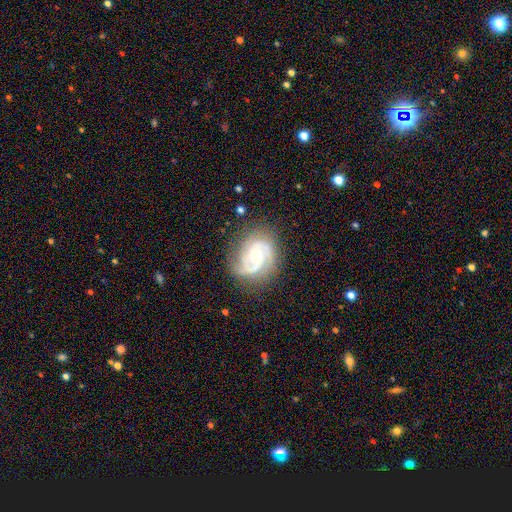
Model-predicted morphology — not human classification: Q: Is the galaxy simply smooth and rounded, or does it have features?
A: featured or disk — 87%.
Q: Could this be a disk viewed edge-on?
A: no — 97%.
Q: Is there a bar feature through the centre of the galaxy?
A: no — 65%.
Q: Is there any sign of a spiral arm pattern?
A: yes — 97%.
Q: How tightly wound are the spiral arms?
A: tight — 46%.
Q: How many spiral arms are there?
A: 2 — 62%.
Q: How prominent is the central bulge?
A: moderate — 56%.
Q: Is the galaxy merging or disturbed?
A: none — 75%.